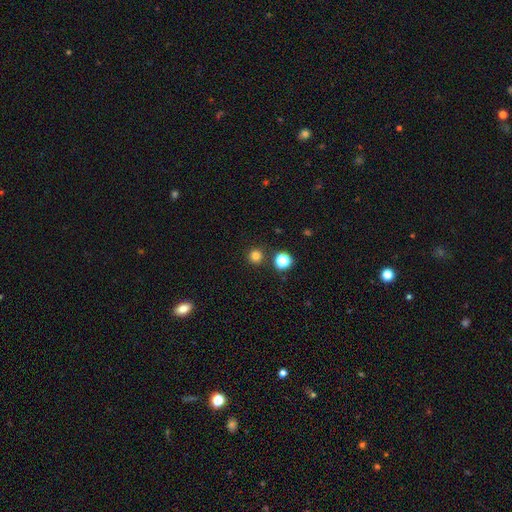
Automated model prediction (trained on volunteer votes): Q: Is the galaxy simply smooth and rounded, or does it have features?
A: smooth — 79%.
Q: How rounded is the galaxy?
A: round — 95%.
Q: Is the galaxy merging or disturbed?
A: none — 88%.